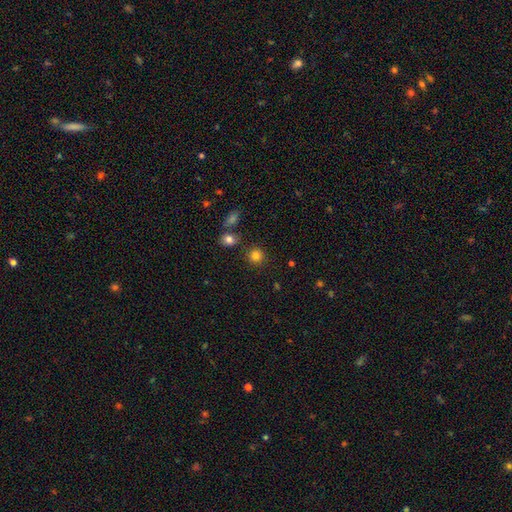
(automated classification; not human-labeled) Overall: smooth (82%). How rounded: round (91%). Merging: none (86%).